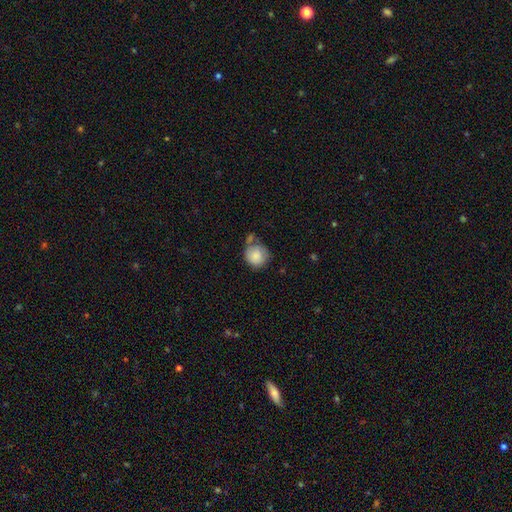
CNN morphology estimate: This appears to be a smooth galaxy with no disk features (84%) that is round (83%). Merging: none (47%).